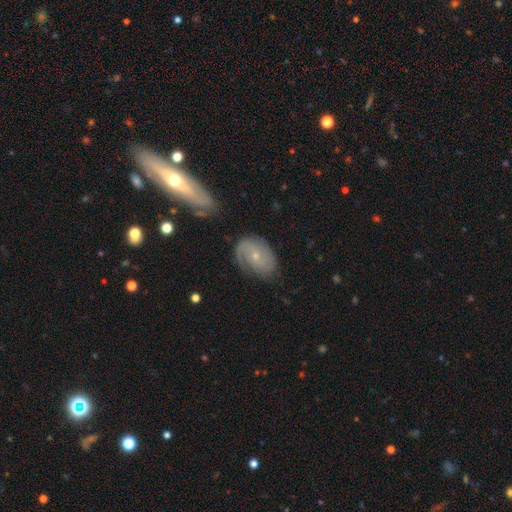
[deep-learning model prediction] The model was most divided on "spiral arm count": 2: 44%, can't tell: 27%, 1: 16%, 3: 8%, 4: 3%, more than 4: 3%. More confident: edge-on disk — no (96%); spiral arms — yes (90%); bulge size — small (74%); bar — no (74%); smooth or featured — featured or disk (72%); merging — none (63%); spiral winding — tight (52%).